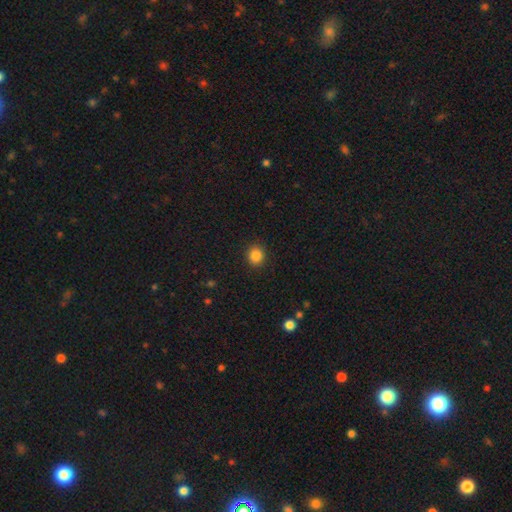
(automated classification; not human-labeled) Smooth or featured? Predicted: smooth (p=0.85). How rounded? Predicted: round (p=0.83). Merging? Predicted: none (p=0.91).